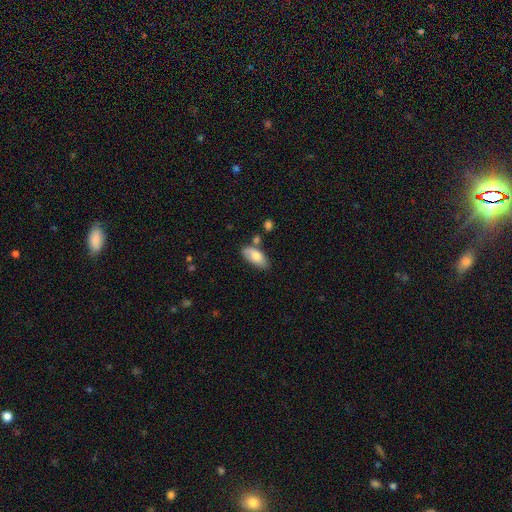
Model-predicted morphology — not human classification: A smooth galaxy with no disk features (73%) that is in between round and cigar-shaped (90%). Merging: none (60%).